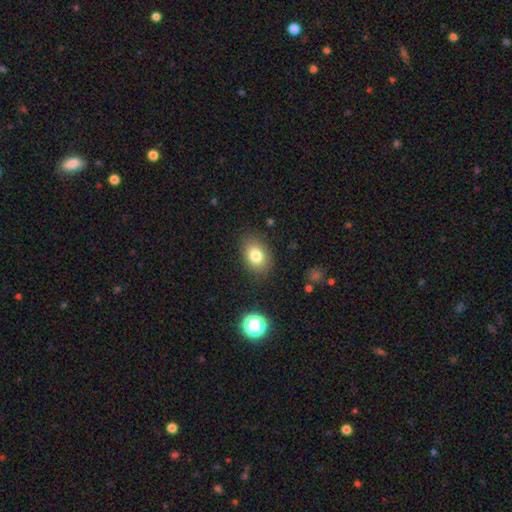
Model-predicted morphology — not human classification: This appears to be a smooth galaxy with no disk features (80%) that is in between round and cigar-shaped (73%). Merging: none (84%).